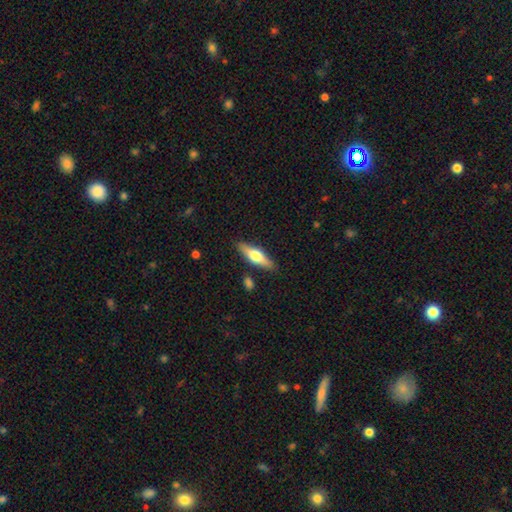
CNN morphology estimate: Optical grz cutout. It shows a featured or disk galaxy (49%). Merging: none (85%).